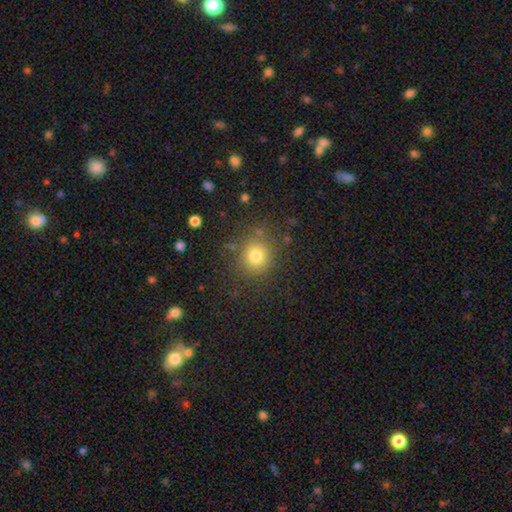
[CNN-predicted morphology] Smooth or featured? smooth (78%)
How rounded? round (86%)
Merging? none (82%)